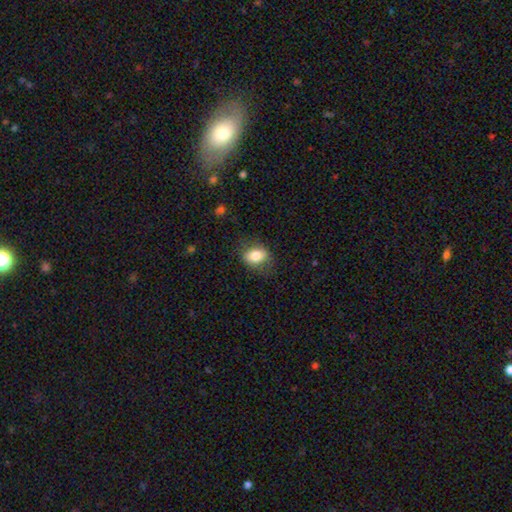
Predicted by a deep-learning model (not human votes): Morphology: type=smooth (79%); roundness=in between (68%); merging=none (74%).